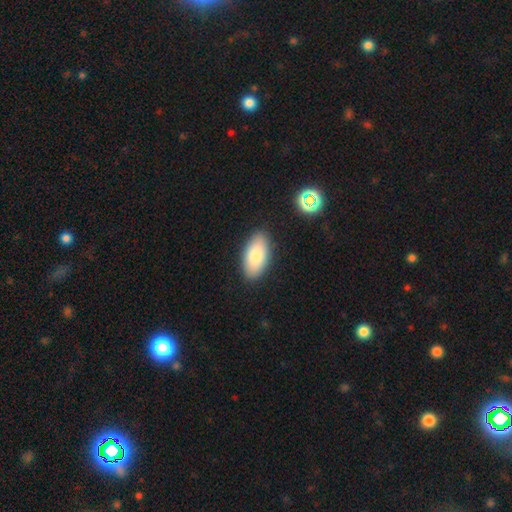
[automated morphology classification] A smooth galaxy with no disk features (84%) that is in between round and cigar-shaped (94%).

Vote fractions:
- Smooth or featured? smooth: 84% / featured or disk: 10% / star or artifact: 6%
- How rounded? in between: 94% / cigar-shaped: 3% / round: 2%
- Merging? none: 87% / minor disturbance: 9% / major disturbance: 2% / merger: 1%